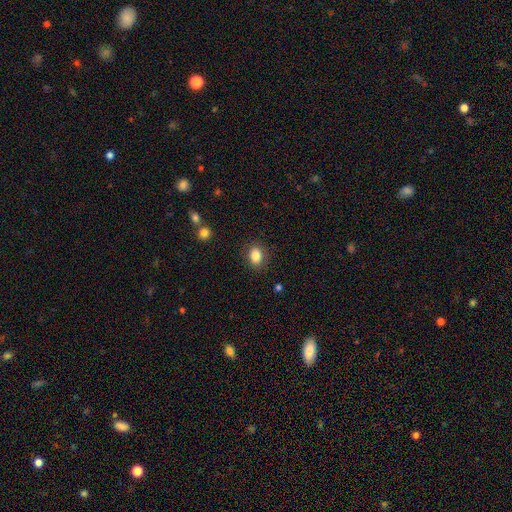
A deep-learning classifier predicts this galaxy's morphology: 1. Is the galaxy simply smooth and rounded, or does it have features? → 84% smooth, 9% star or artifact, 6% featured or disk.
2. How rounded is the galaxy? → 62% in between, 37% round, 1% cigar-shaped.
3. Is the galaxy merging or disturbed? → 87% none, 9% minor disturbance, 3% major disturbance, 1% merger.